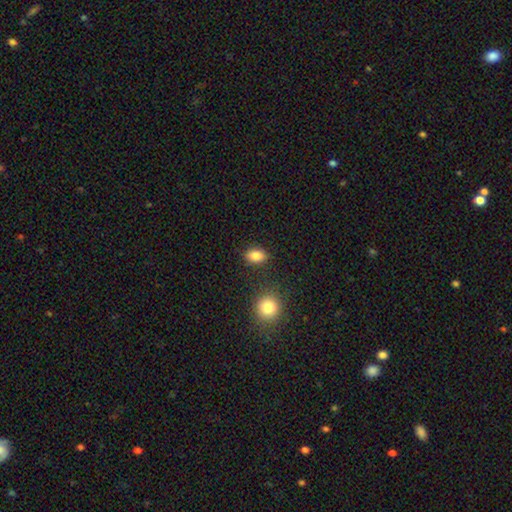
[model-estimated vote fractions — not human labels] smooth 86%, star or artifact 9%, featured or disk 5%. Down the decision tree: how rounded — in between (81%); merging — none (83%).